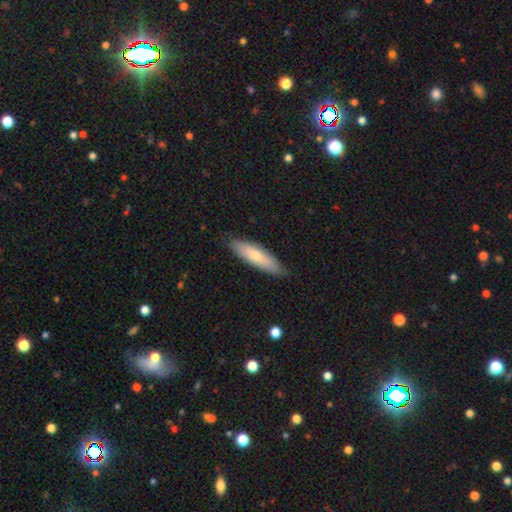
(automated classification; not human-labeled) smooth 70%, featured or disk 25%, star or artifact 5%. Down the decision tree: how rounded — cigar-shaped (65%); merging — none (84%).